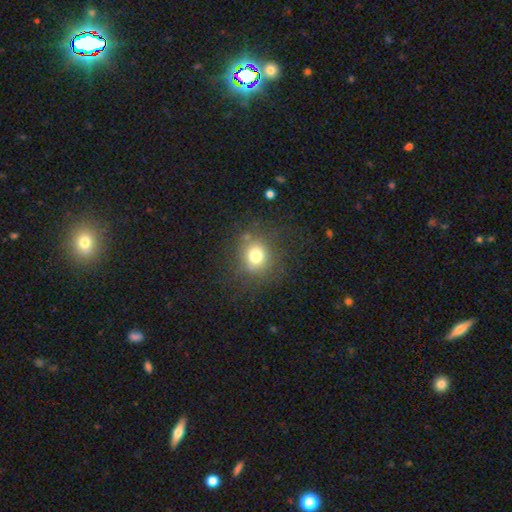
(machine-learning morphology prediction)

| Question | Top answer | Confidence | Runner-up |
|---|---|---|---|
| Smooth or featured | smooth | 73% | star or artifact (16%) |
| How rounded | round | 84% | in between (15%) |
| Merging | none | 78% | minor disturbance (12%) |